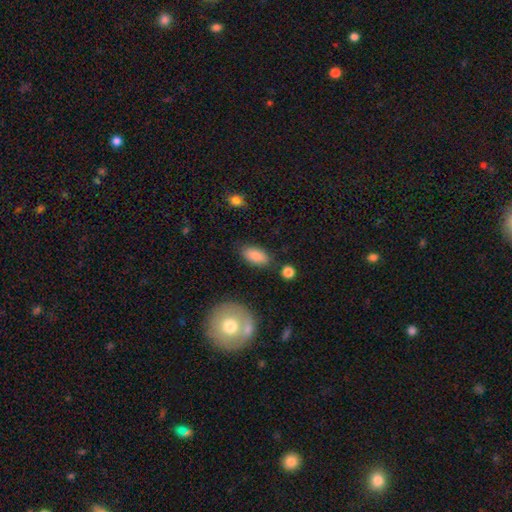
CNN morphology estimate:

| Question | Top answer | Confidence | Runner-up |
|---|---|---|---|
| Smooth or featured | smooth | 86% | star or artifact (7%) |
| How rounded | in between | 91% | cigar-shaped (5%) |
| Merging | none | 81% | minor disturbance (12%) |